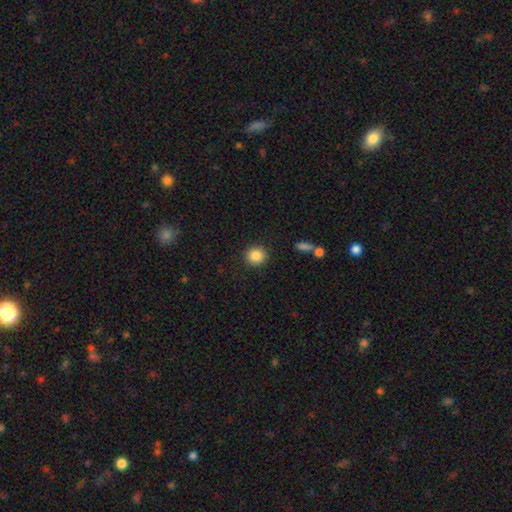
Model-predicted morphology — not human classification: Smooth or featured: smooth — 87% (star or artifact — 9%)
How rounded: round — 90% (in between — 9%)
Merging: none — 91% (minor disturbance — 6%)